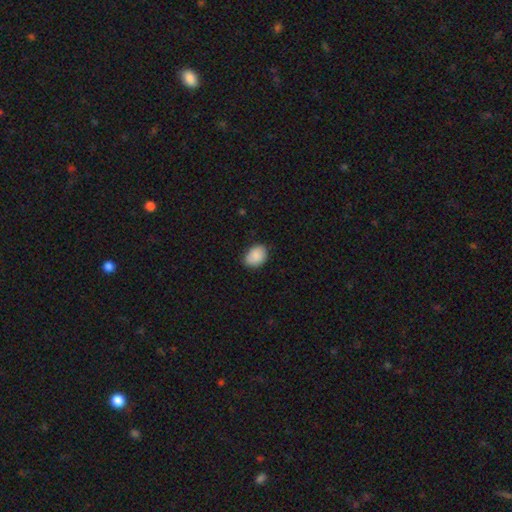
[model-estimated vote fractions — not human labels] Smooth or featured? smooth (88%)
How rounded? in between (66%)
Merging? none (75%)